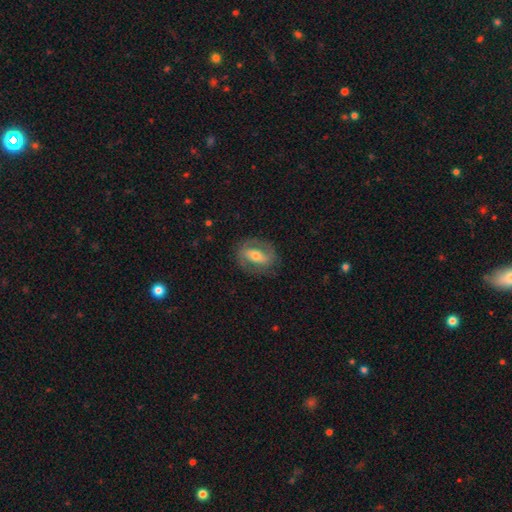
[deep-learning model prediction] Smooth or featured: featured or disk — 65% (smooth — 29%)
Edge-on disk: no — 92% (yes — 8%)
Bar: strong — 47% (weak — 30%)
Spiral arms: yes — 66% (no — 34%)
Bulge size: moderate — 57% (small — 34%)
Merging: none — 77% (minor disturbance — 14%)